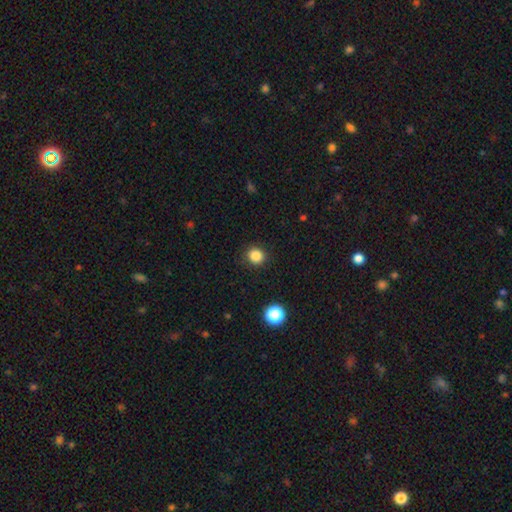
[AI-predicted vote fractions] Smooth or featured: smooth — 85% (star or artifact — 12%)
How rounded: round — 88% (in between — 11%)
Merging: none — 90% (minor disturbance — 7%)